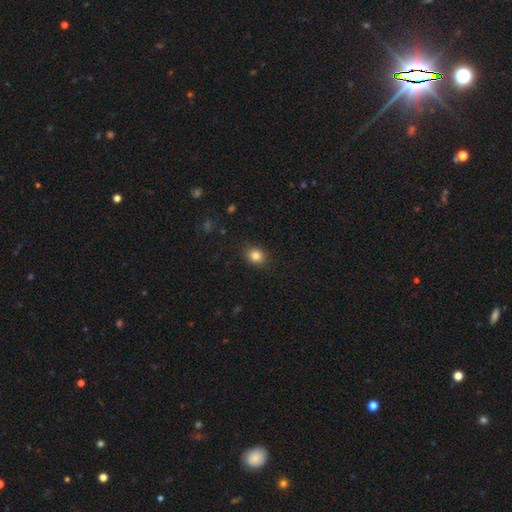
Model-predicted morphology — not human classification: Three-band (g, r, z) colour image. It shows a smooth galaxy with no disk features (84%) that is round (66%). Merging: none (87%).